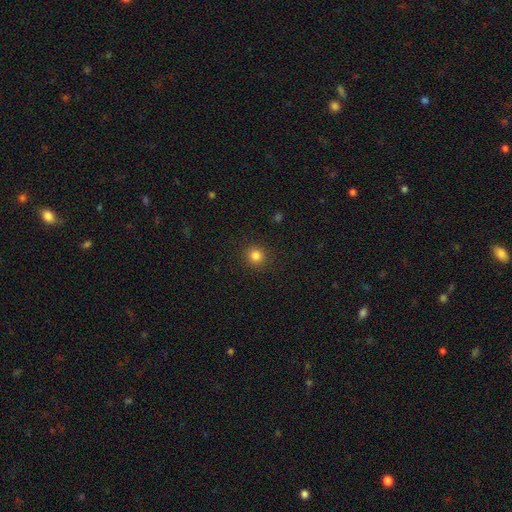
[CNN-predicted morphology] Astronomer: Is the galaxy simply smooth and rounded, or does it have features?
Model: smooth — 83%.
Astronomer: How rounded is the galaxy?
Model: round — 93%.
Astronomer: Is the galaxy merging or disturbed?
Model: none — 92%.